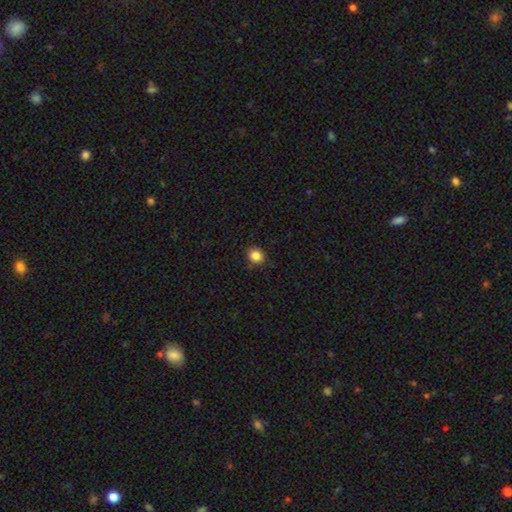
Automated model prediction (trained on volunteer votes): Overall: smooth (85%). How rounded: round (72%). Merging: none (86%).